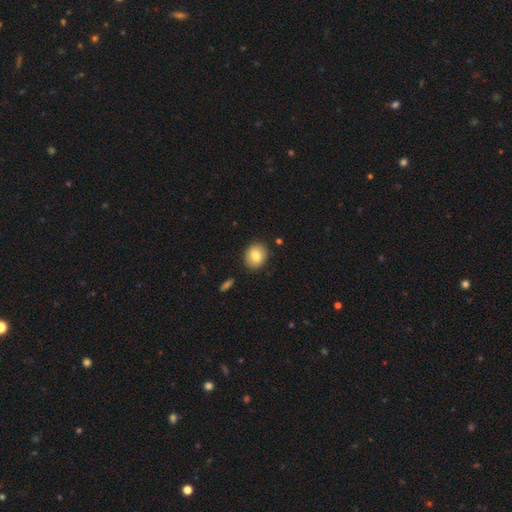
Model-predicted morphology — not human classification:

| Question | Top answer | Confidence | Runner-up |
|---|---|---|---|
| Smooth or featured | smooth | 82% | featured or disk (10%) |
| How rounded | round | 56% | in between (43%) |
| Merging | none | 88% | minor disturbance (8%) |